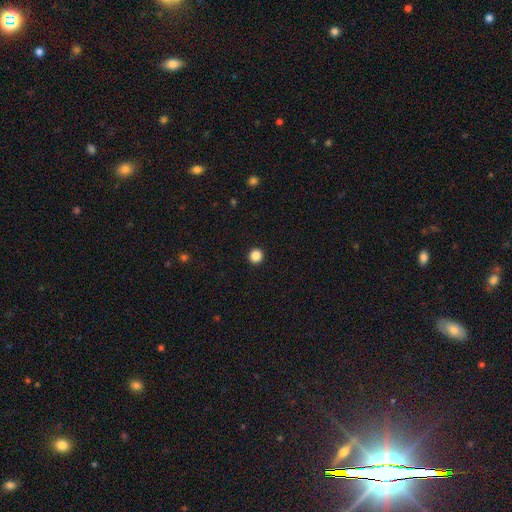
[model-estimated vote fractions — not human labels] Overall: smooth (87%). How rounded: round (95%). Merging: none (94%).